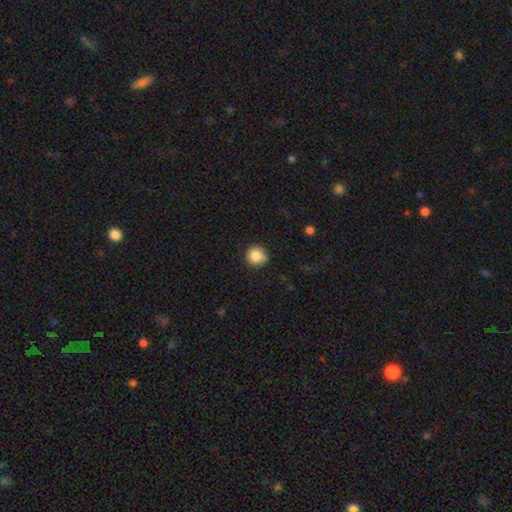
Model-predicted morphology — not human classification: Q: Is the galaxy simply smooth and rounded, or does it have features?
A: smooth — 86%.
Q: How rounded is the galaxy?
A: round — 92%.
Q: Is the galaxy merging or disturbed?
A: none — 78%.